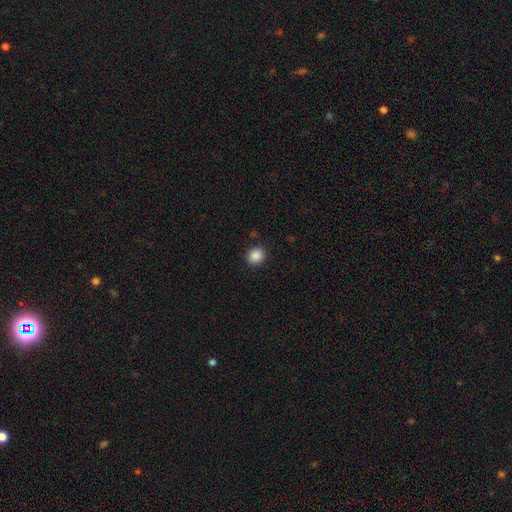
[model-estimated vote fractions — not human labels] The model was most divided on "how rounded": round: 82%, in between: 17%, cigar-shaped: 1%. More confident: merging — none (90%); smooth or featured — smooth (88%).